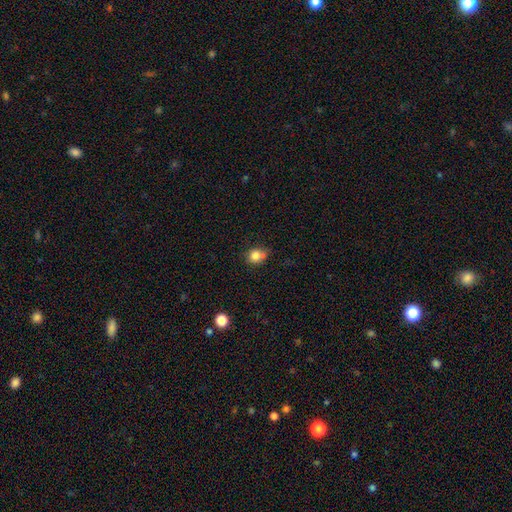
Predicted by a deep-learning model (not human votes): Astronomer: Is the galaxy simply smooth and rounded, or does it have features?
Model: smooth — 80%.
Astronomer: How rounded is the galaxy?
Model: round — 74%.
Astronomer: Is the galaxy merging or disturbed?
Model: none — 60%.